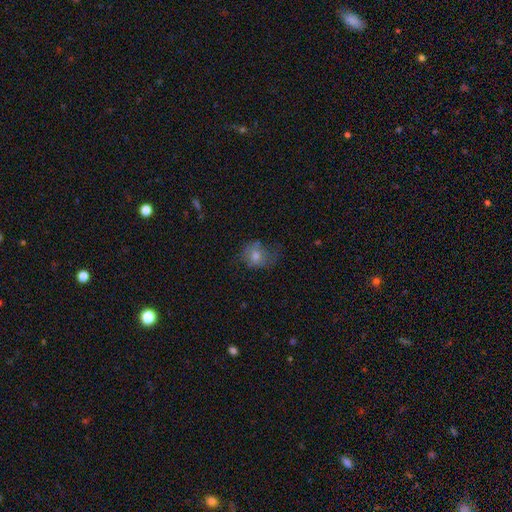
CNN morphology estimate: Smooth or featured: smooth — 56% (featured or disk — 31%)
How rounded: round — 60% (in between — 39%)
Merging: none — 51% (minor disturbance — 27%)